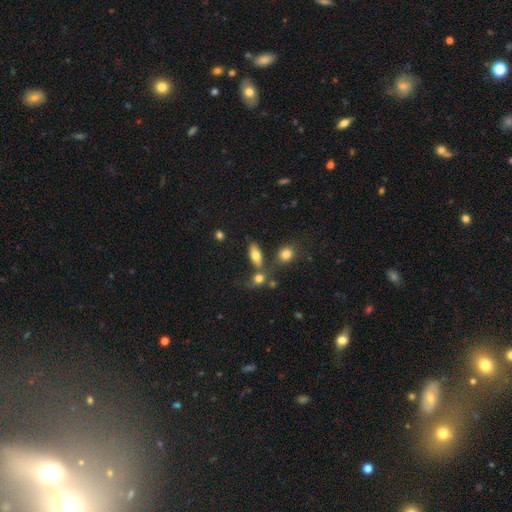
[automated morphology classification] A smooth galaxy with no disk features (74%) that is in between round and cigar-shaped (81%). Merging: none (56%).